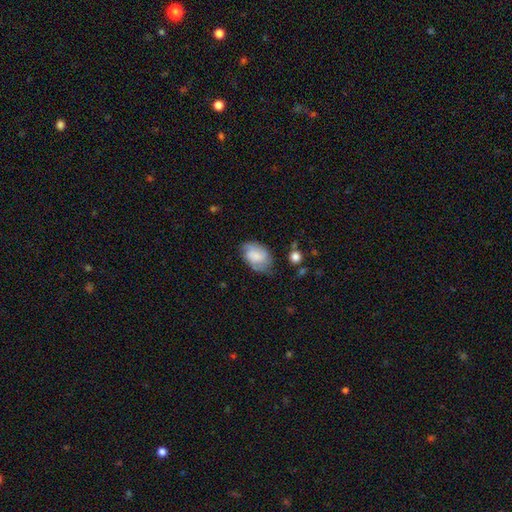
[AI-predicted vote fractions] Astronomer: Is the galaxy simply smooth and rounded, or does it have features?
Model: smooth — 59% (runner-up: featured or disk, 34%).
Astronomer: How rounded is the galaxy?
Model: in between — 87%.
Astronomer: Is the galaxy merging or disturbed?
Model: none — 58%.